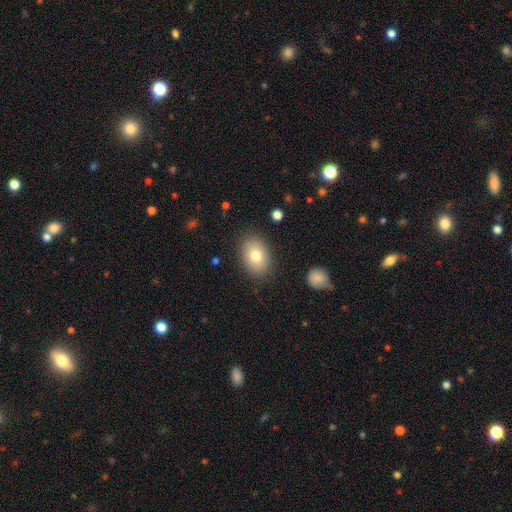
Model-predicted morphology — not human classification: Smooth or featured? Predicted: smooth (p=0.78). How rounded? Predicted: in between (p=0.79). Merging? Predicted: none (p=0.86).